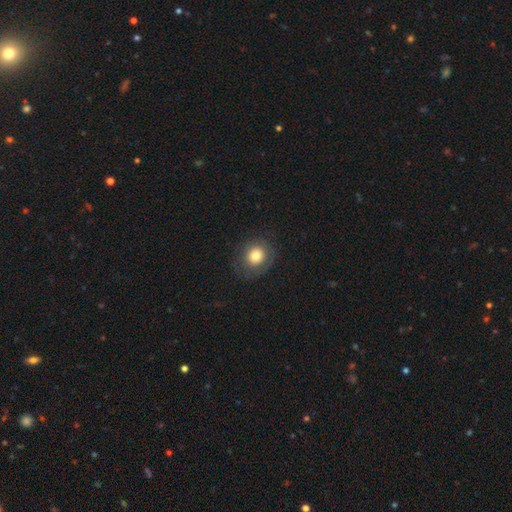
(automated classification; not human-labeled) Smooth or featured?
  - smooth: 79% *
  - featured or disk: 12%
  - star or artifact: 9%
How rounded?
  - round: 77% *
  - in between: 22%
  - cigar-shaped: 1%
Merging?
  - none: 80% *
  - minor disturbance: 13%
  - major disturbance: 6%
  - merger: 1%